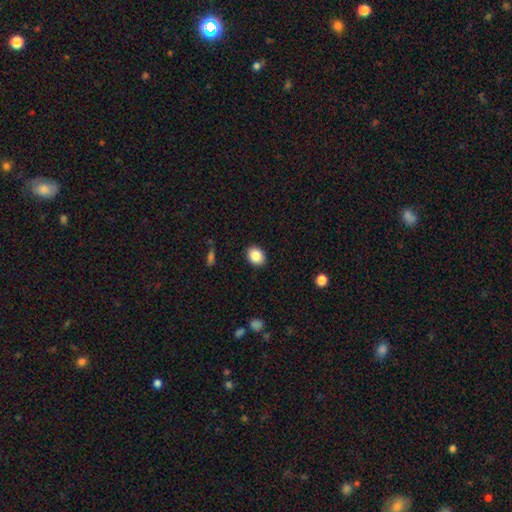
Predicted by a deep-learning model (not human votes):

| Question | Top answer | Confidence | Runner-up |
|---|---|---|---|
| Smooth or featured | smooth | 86% | star or artifact (8%) |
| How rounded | in between | 58% | round (41%) |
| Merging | none | 89% | minor disturbance (8%) |